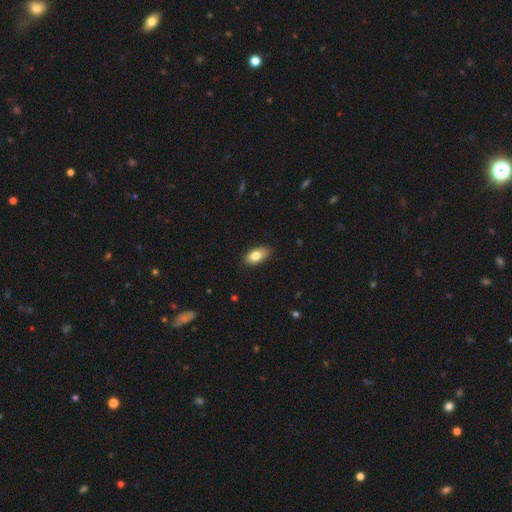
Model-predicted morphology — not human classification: smooth-or-featured: smooth: 81% | featured or disk: 13% | star or artifact: 7%
  how-rounded: in between: 92% | round: 4% | cigar-shaped: 4%
  merging: none: 85% | minor disturbance: 12% | major disturbance: 2% | merger: 1%